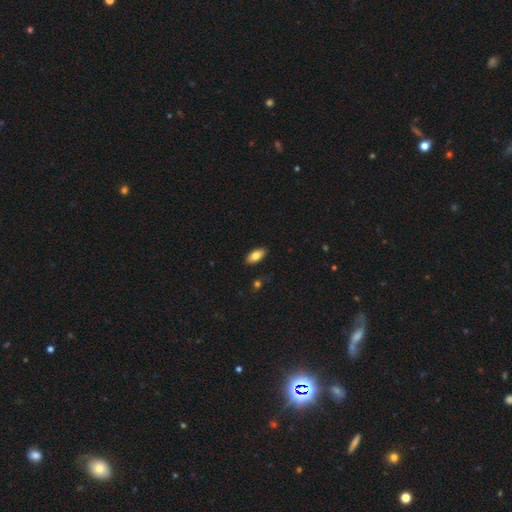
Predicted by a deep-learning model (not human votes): Smooth or featured? Predicted: smooth (p=0.81). How rounded? Predicted: in between (p=0.91). Merging? Predicted: none (p=0.88).